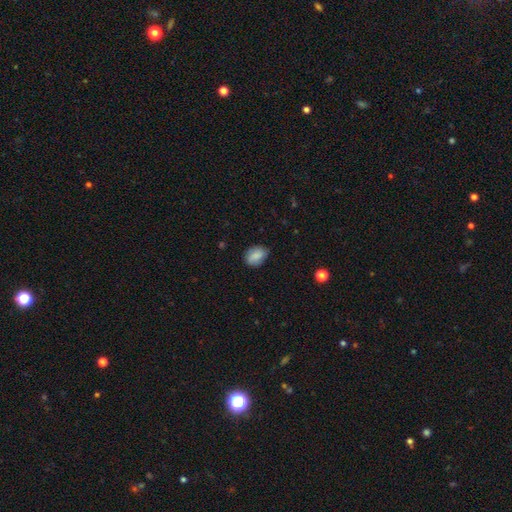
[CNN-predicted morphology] smooth-or-featured: smooth: 82% | featured or disk: 10% | star or artifact: 8%
  how-rounded: in between: 72% | round: 27% | cigar-shaped: 1%
  merging: none: 73% | minor disturbance: 21% | major disturbance: 4% | merger: 1%